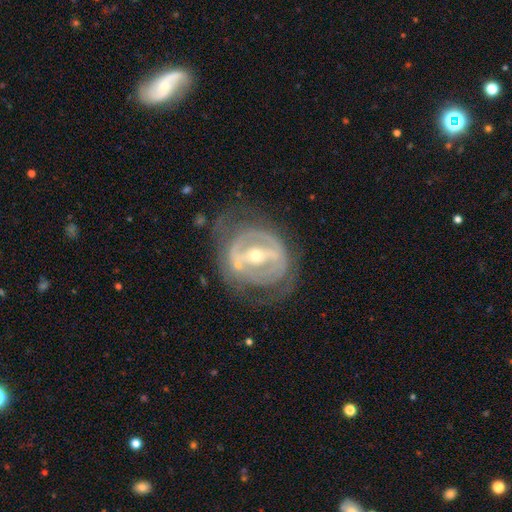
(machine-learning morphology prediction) Smooth or featured? Predicted: featured or disk (p=0.85). Edge-on disk? Predicted: no (p=0.94). Bar? Predicted: strong (p=0.67). Spiral arms? Predicted: yes (p=0.63). Spiral winding? Predicted: tight (p=0.58). Spiral arm count? Predicted: 2 (p=0.43). Bulge size? Predicted: small (p=0.49). Merging? Predicted: none (p=0.62).